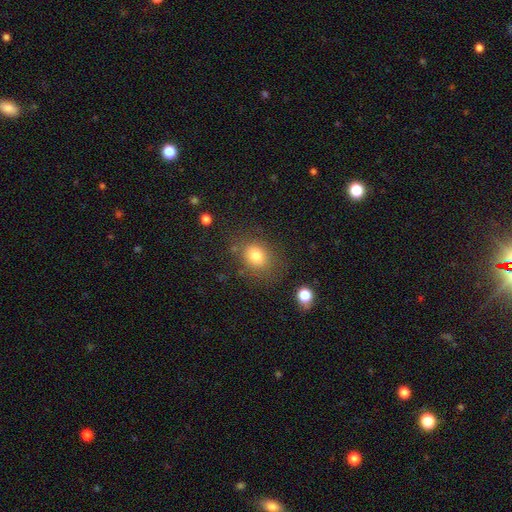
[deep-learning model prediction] Smooth or featured? smooth (79%)
How rounded? round (58%)
Merging? none (74%)